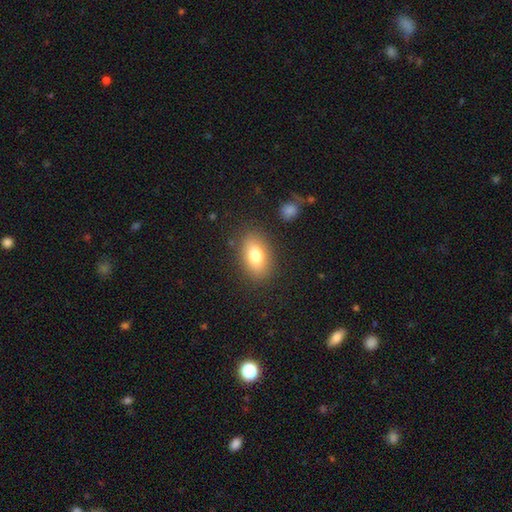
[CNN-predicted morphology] This appears to be a smooth galaxy with no disk features (79%) that is in between round and cigar-shaped (88%). Merging: none (84%).